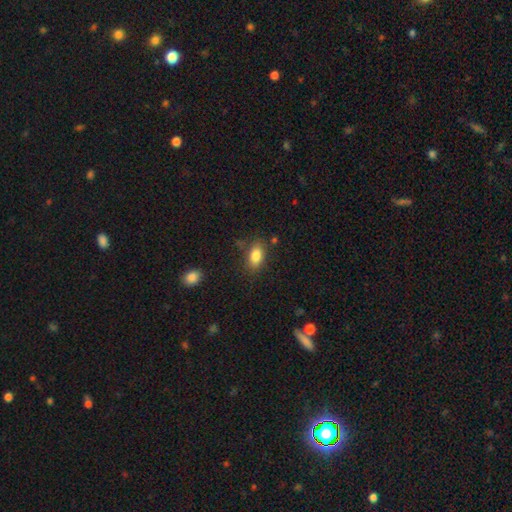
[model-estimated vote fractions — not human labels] smooth_or_featured: smooth (p=0.85) [alt: star or artifact p=0.08]
how_rounded: in between (p=0.88) [alt: round p=0.08]
merging: none (p=0.80) [alt: minor disturbance p=0.13]